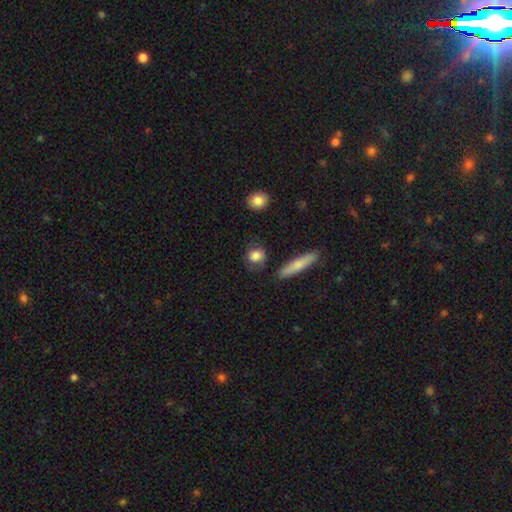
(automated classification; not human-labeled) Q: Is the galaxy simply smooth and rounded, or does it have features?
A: smooth — 77%.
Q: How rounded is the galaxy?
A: round — 63%.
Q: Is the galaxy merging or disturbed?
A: none — 67%.